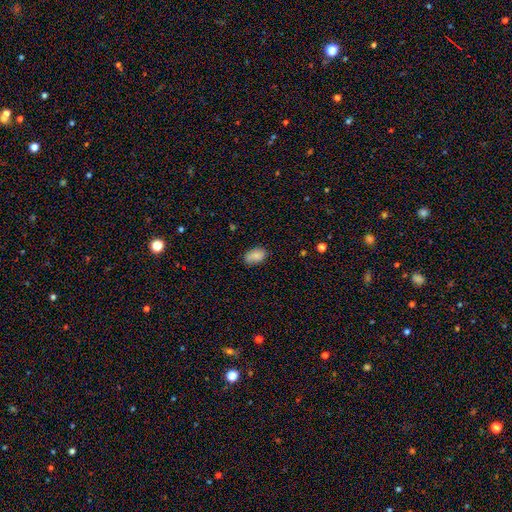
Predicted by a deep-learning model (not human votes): Morphology: type=smooth (81%); roundness=in between (88%); merging=none (78%).